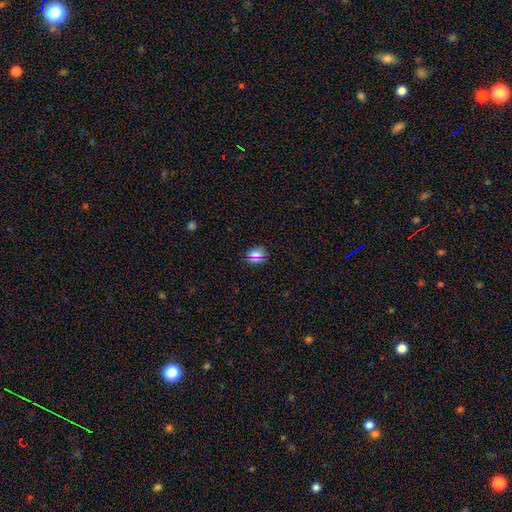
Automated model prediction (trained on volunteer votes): Smooth or featured? smooth (68%)
How rounded? round (55%)
Merging? none (87%)